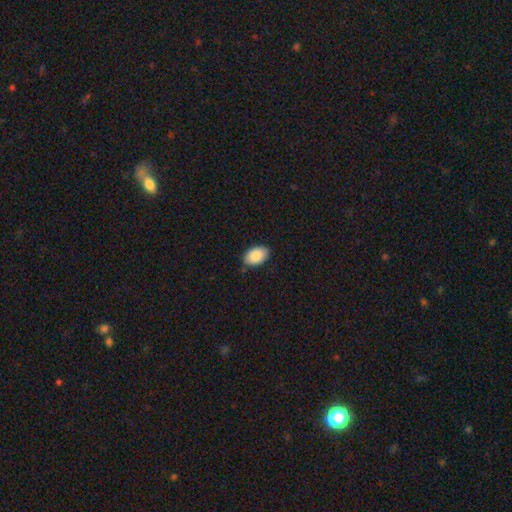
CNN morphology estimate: Smooth or featured: smooth — 88% (star or artifact — 7%)
How rounded: in between — 91% (round — 8%)
Merging: none — 82% (minor disturbance — 14%)